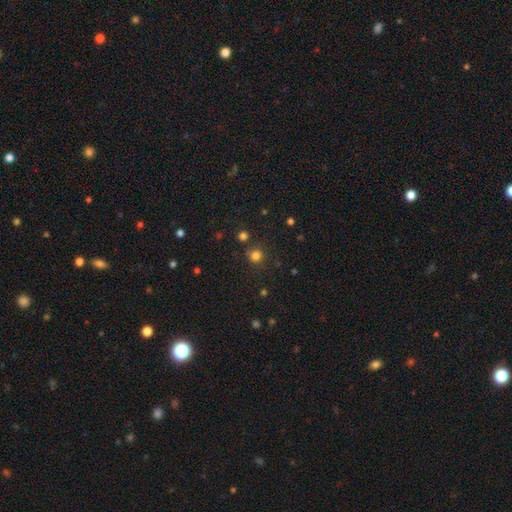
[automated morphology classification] Smooth or featured? smooth (78%)
How rounded? round (92%)
Merging? none (80%)